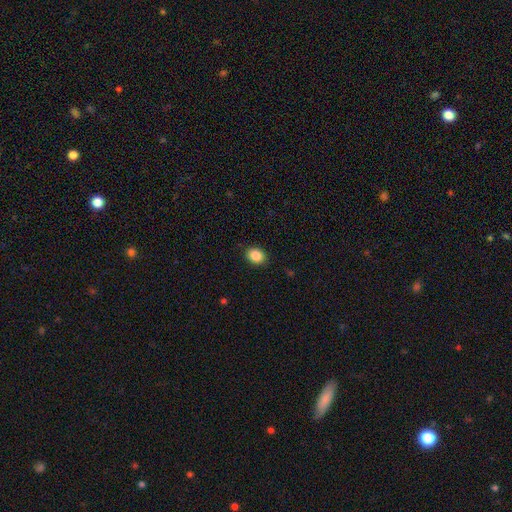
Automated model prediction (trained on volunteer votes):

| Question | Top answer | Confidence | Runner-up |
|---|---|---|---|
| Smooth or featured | smooth | 87% | star or artifact (9%) |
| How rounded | in between | 55% | round (44%) |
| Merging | none | 89% | minor disturbance (8%) |